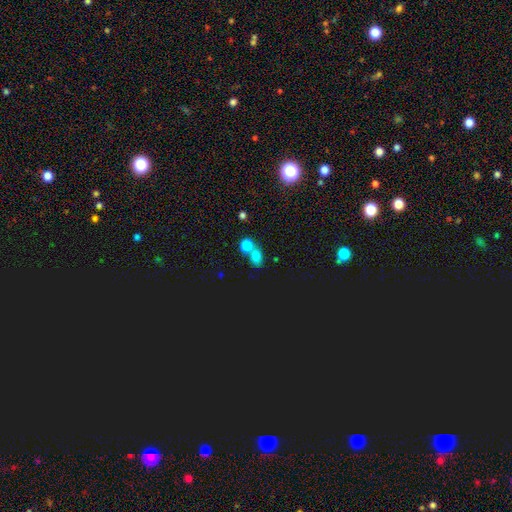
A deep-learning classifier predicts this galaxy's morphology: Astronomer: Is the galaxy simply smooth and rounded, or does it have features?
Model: smooth — 72%.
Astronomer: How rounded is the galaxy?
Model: in between — 58% (runner-up: round, 40%).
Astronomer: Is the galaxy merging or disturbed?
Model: merger — 51% (runner-up: none, 37%).